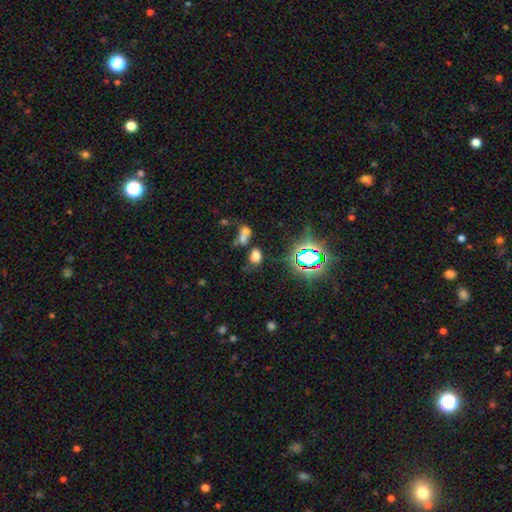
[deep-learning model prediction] This appears to be a smooth galaxy with no disk features (59%) that is in between round and cigar-shaped (68%). Merging: none (46%).